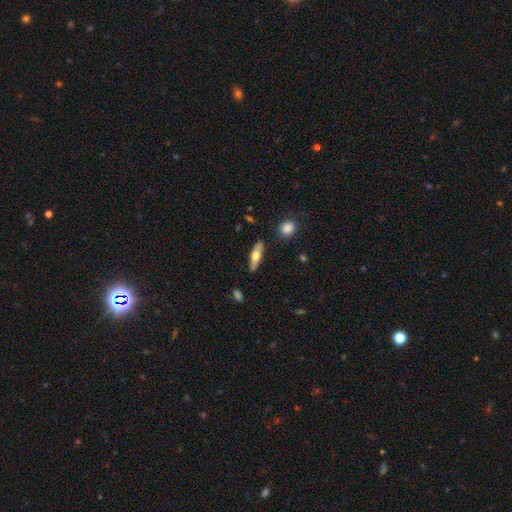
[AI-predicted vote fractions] This appears to be a smooth galaxy with no disk features (56%) that is in between round and cigar-shaped (49%). Merging: none (84%).